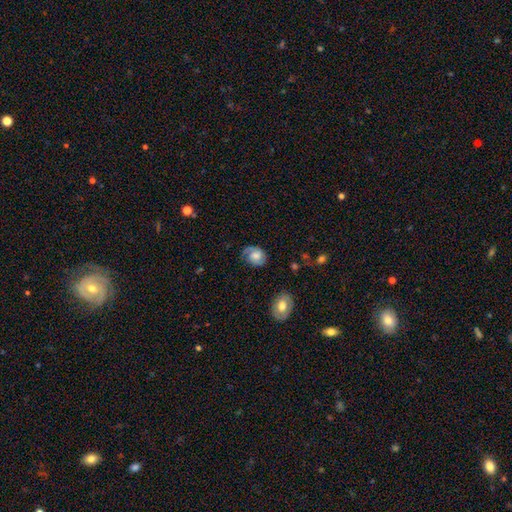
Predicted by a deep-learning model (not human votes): Smooth or featured?
  - featured or disk: 52% *
  - smooth: 41%
  - star or artifact: 7%
Edge-on disk?
  - no: 97% *
  - yes: 3%
Bar?
  - no: 65% *
  - weak: 30%
  - strong: 5%
Spiral arms?
  - yes: 89% *
  - no: 11%
Bulge size?
  - moderate: 42% *
  - large: 24%
  - small: 20%
  - none: 11%
  - dominant: 3%
Merging?
  - none: 63% *
  - minor disturbance: 24%
  - major disturbance: 11%
  - merger: 2%